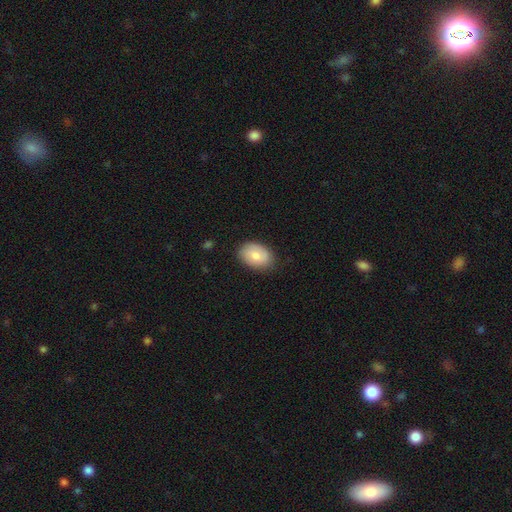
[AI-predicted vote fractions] Smooth or featured?
  - smooth: 78% *
  - featured or disk: 16%
  - star or artifact: 6%
How rounded?
  - in between: 82% *
  - round: 17%
  - cigar-shaped: 1%
Merging?
  - none: 83% *
  - minor disturbance: 14%
  - major disturbance: 3%
  - merger: 1%